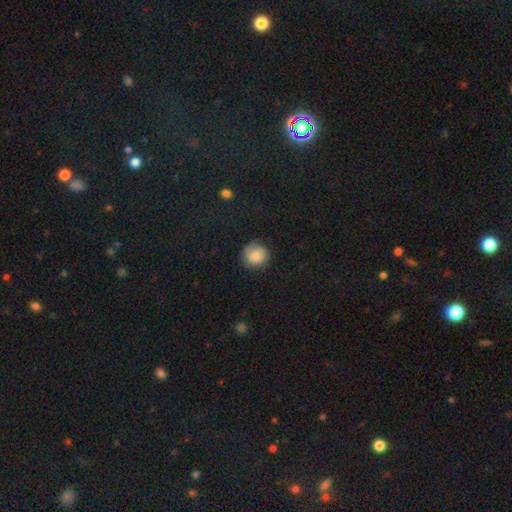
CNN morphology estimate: Smooth or featured? smooth (78%)
How rounded? round (89%)
Merging? none (77%)